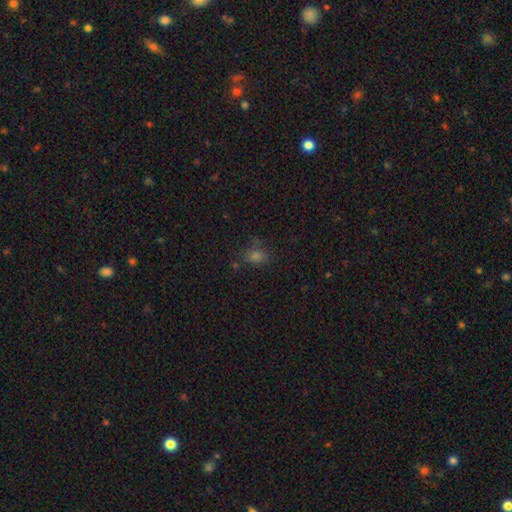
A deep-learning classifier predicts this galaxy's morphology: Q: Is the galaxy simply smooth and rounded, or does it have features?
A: smooth — 65%.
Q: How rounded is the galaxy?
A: in between — 57%.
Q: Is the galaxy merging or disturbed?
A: none — 72%.